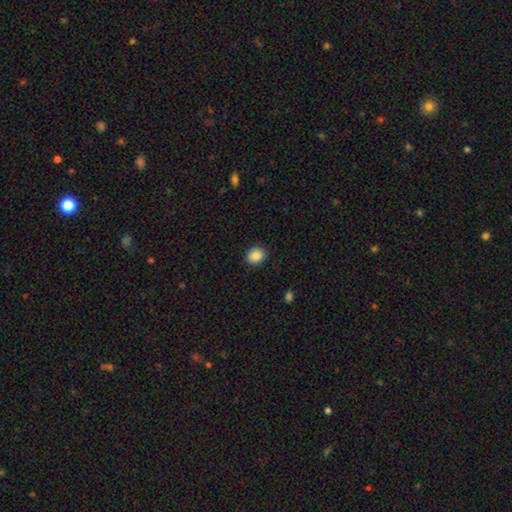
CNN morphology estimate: This appears to be a smooth galaxy with no disk features (88%) that is round (72%). Merging: none (90%).